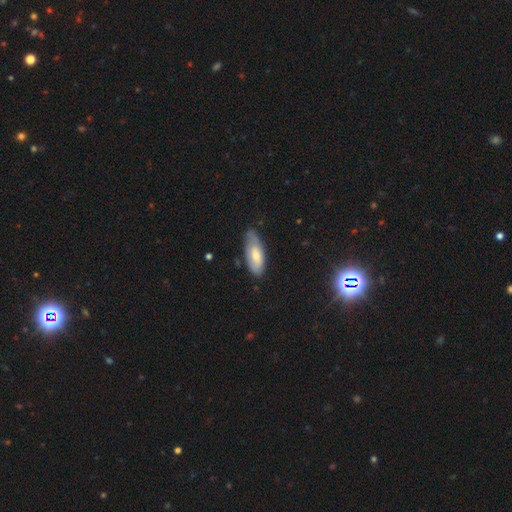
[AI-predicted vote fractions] This is likely a smooth galaxy (61%). How rounded: likely in between (78%). Merging: possibly none (56%).